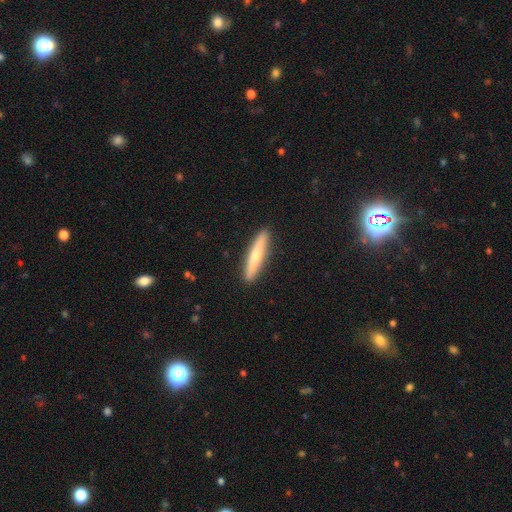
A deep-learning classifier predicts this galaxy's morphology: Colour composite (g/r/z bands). It shows a smooth galaxy with no disk features (61%) that is cigar-shaped (91%). Merging: none (91%).